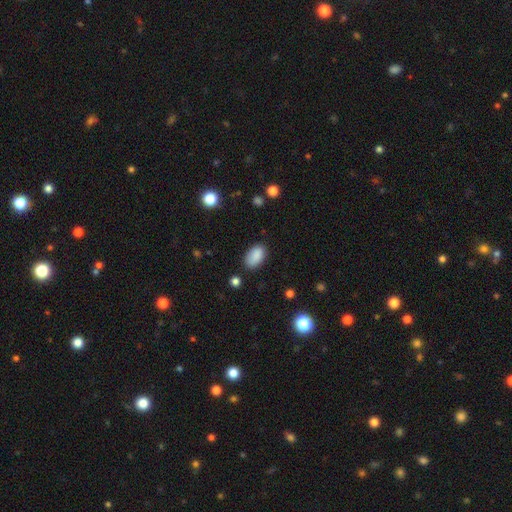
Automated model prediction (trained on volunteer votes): Smooth or featured: smooth — 88% (star or artifact — 8%)
How rounded: in between — 93% (round — 5%)
Merging: none — 80% (minor disturbance — 15%)